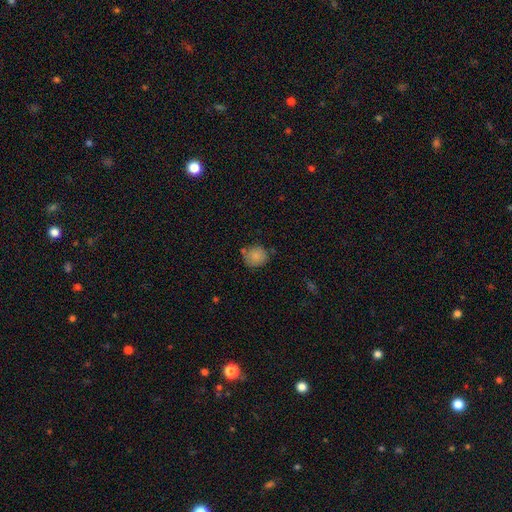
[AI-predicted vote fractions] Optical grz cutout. It shows a smooth galaxy with no disk features (85%) that is round (83%). Merging: none (71%).